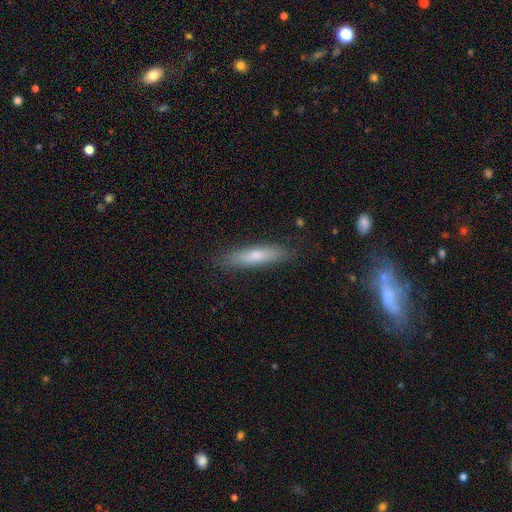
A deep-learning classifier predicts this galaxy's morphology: Smooth or featured?
  - smooth: 71% *
  - featured or disk: 22%
  - star or artifact: 6%
How rounded?
  - cigar-shaped: 81% *
  - in between: 17%
  - round: 1%
Merging?
  - none: 86% *
  - minor disturbance: 10%
  - major disturbance: 2%
  - merger: 1%